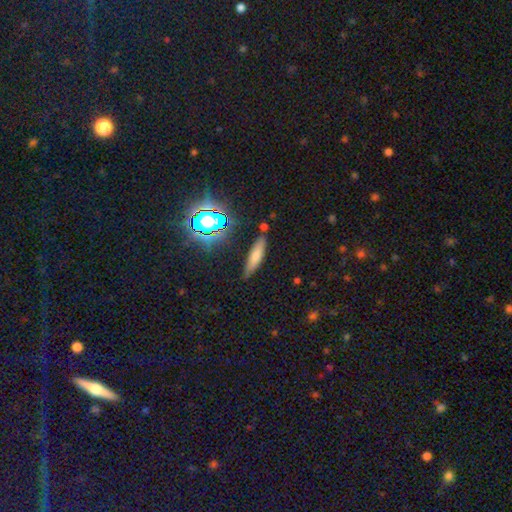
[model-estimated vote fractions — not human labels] smooth_or_featured: smooth (p=0.67) [alt: featured or disk p=0.20]
how_rounded: cigar-shaped (p=0.72) [alt: in between p=0.26]
merging: none (p=0.79) [alt: minor disturbance p=0.13]